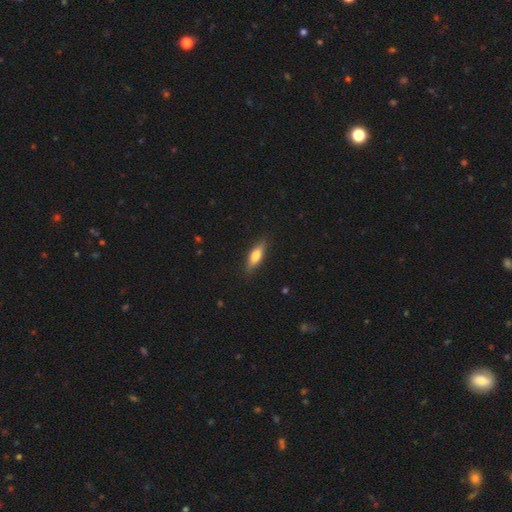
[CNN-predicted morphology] The model was most divided on "how rounded": cigar-shaped: 55%, in between: 43%, round: 2%. More confident: merging — none (86%); smooth or featured — smooth (63%).